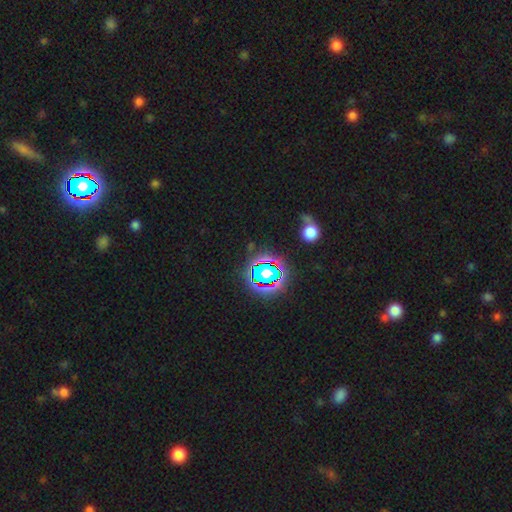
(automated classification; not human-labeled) Smooth or featured? Predicted: star or artifact (p=0.78).